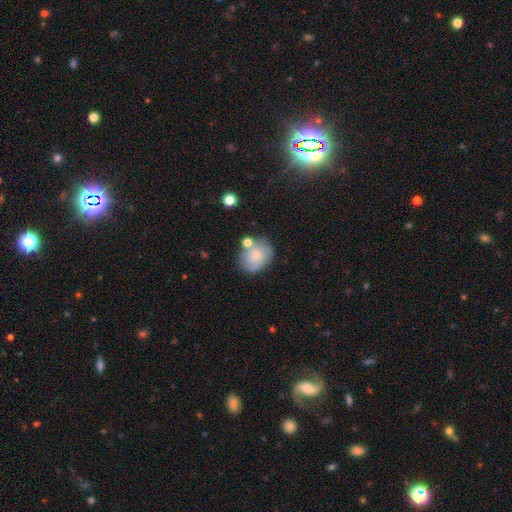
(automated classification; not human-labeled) The model was most divided on "how rounded": round: 52%, in between: 47%, cigar-shaped: 1%. More confident: smooth or featured — smooth (66%); merging — none (54%).